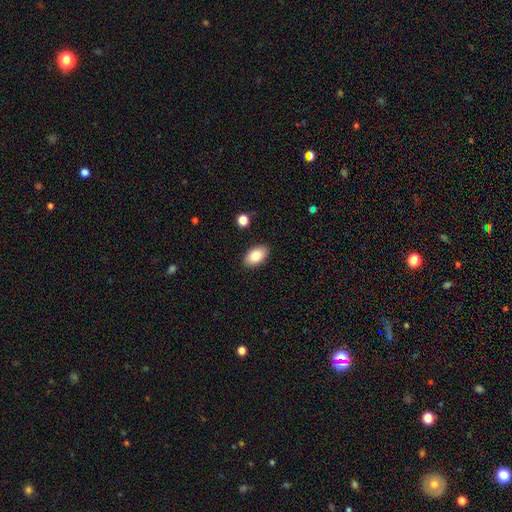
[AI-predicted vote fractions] smooth_or_featured: smooth (p=0.82) [alt: featured or disk p=0.11]
how_rounded: in between (p=0.93) [alt: round p=0.06]
merging: none (p=0.89) [alt: minor disturbance p=0.08]